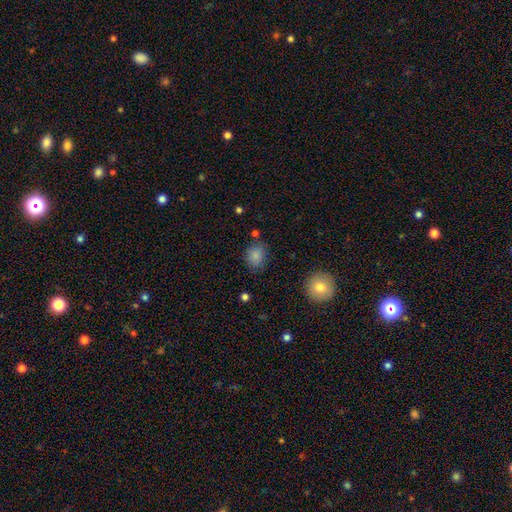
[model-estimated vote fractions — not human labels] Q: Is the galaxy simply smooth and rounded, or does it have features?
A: smooth — 85%.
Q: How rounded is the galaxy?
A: round — 58%.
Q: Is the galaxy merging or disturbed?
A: none — 77%.